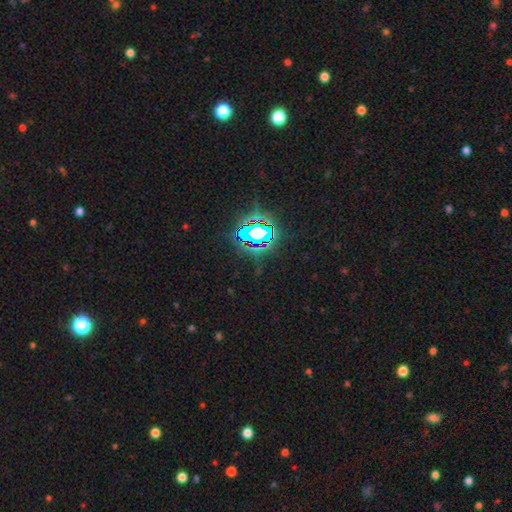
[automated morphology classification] Smooth or featured? Predicted: star or artifact (p=0.85).